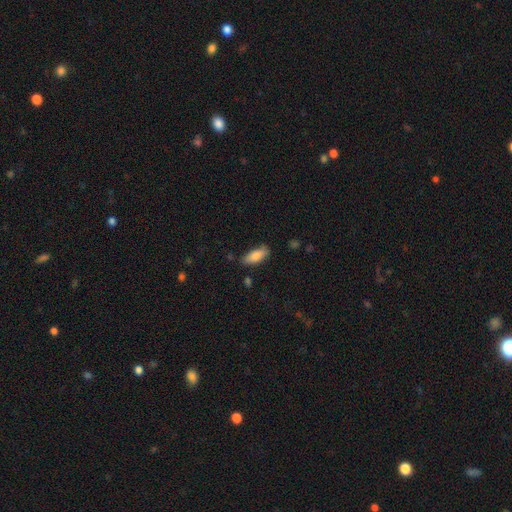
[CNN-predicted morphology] type=smooth (82%); roundness=in between (78%); merging=none (75%).